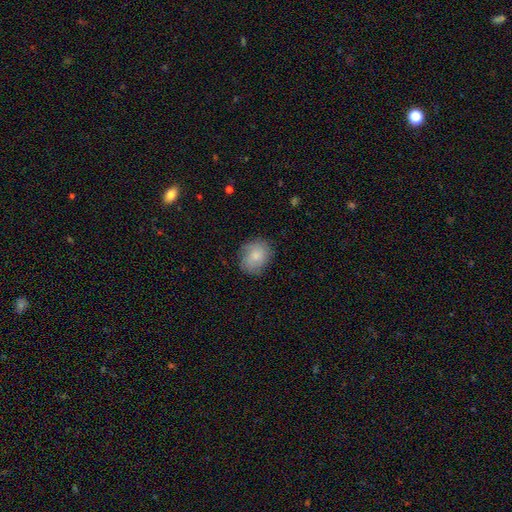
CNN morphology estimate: Smooth or featured: smooth — 76% (featured or disk — 17%)
How rounded: round — 54% (in between — 45%)
Merging: none — 76% (minor disturbance — 18%)